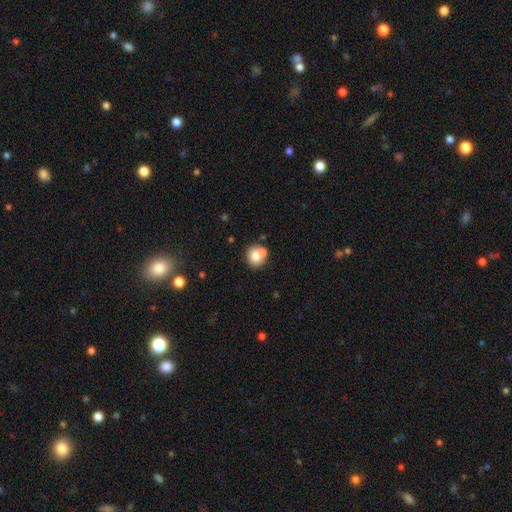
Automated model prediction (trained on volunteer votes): Q: Smooth or featured?
A: smooth (76%); runner-up: featured or disk (15%)
Q: How rounded?
A: round (83%); runner-up: in between (16%)
Q: Merging?
A: none (58%); runner-up: merger (28%)